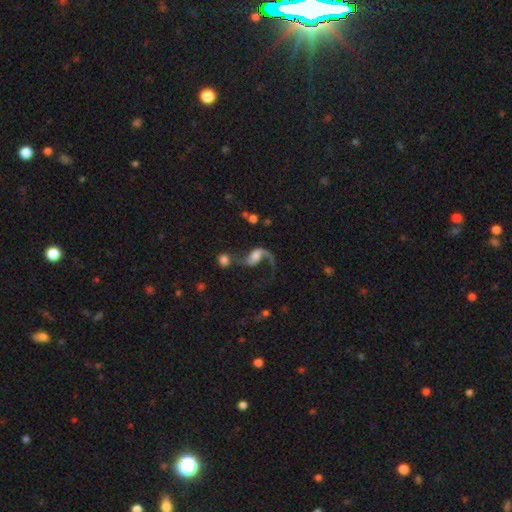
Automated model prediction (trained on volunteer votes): smooth-or-featured: featured or disk: 81% | smooth: 11% | star or artifact: 8%
  disk-edge-on: no: 97% | yes: 3%
    bar: no: 52% | weak: 35% | strong: 13%
    has-spiral-arms: yes: 94% | no: 6%
      spiral-winding: loose: 82% | medium: 15% | tight: 3%
      spiral-arm-count: 2: 70% | 1: 26% | can't tell: 2% | 3: 1% | 4: 1% | more than 4: 1%
    bulge-size: moderate: 43% | small: 29% | large: 15% | none: 10% | dominant: 3%
  merging: none: 36% | major disturbance: 27% | merger: 24% | minor disturbance: 13%